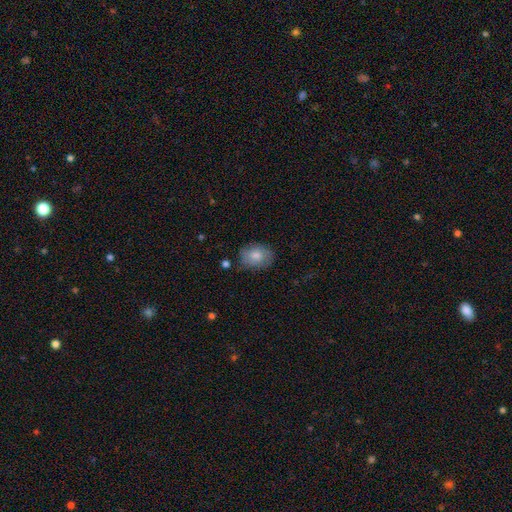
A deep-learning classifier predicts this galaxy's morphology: Smooth or featured? Predicted: smooth (p=0.79). How rounded? Predicted: in between (p=0.62). Merging? Predicted: none (p=0.74).